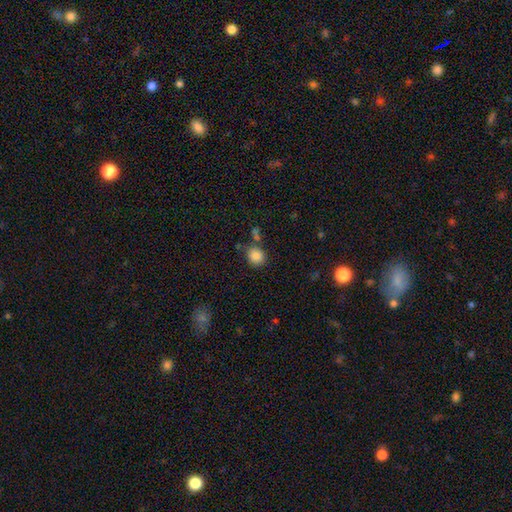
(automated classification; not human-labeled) smooth_or_featured: smooth (p=0.85) [alt: star or artifact p=0.10]
how_rounded: round (p=0.80) [alt: in between p=0.19]
merging: none (p=0.71) [alt: minor disturbance p=0.13]